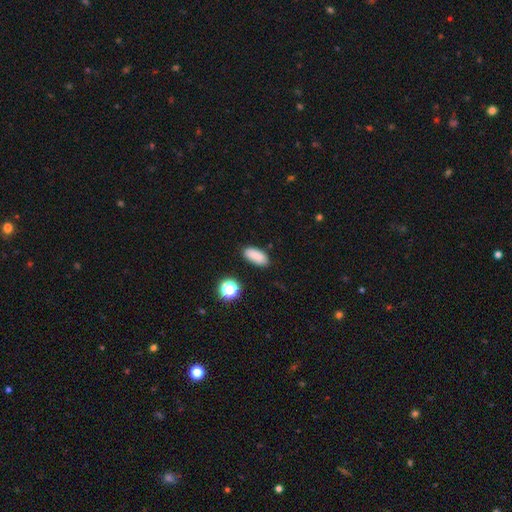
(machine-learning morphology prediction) Smooth or featured? smooth (85%)
How rounded? in between (86%)
Merging? none (85%)